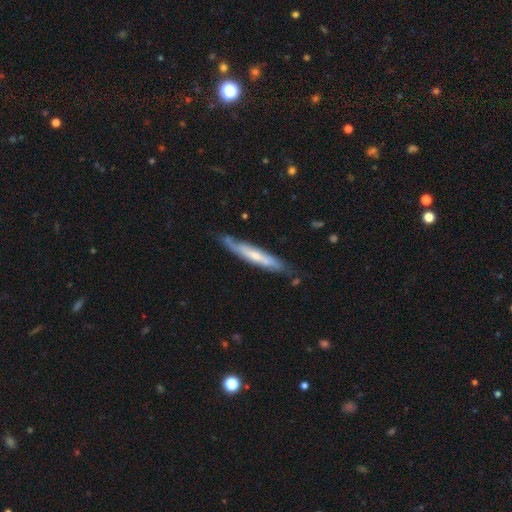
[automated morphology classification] The model was most divided on "smooth or featured": featured or disk: 54%, smooth: 40%, star or artifact: 6%. More confident: edge-on disk — yes (75%); merging — none (73%).